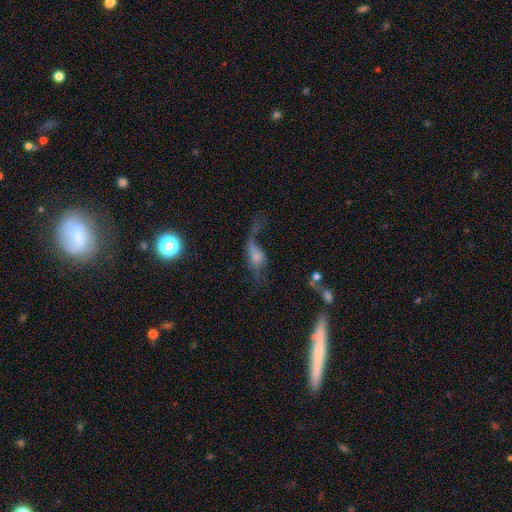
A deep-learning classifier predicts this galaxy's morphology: Smooth or featured: featured or disk — 44% (smooth — 43%)
Merging: major disturbance — 53% (none — 20%)